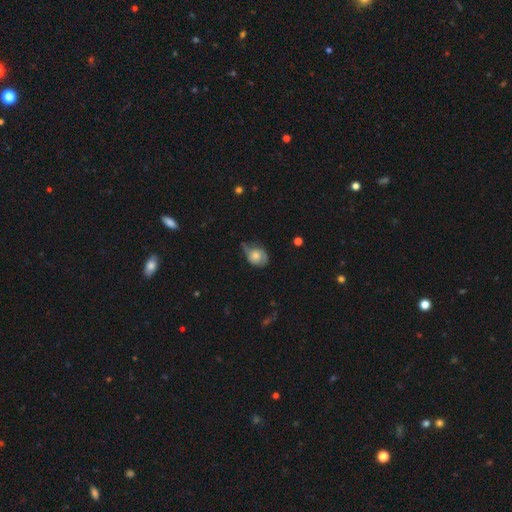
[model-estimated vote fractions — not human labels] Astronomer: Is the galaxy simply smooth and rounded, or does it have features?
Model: smooth — 62%.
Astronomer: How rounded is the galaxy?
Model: in between — 56% (runner-up: round, 43%).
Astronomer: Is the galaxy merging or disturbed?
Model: minor disturbance — 43% (runner-up: none, 34%).